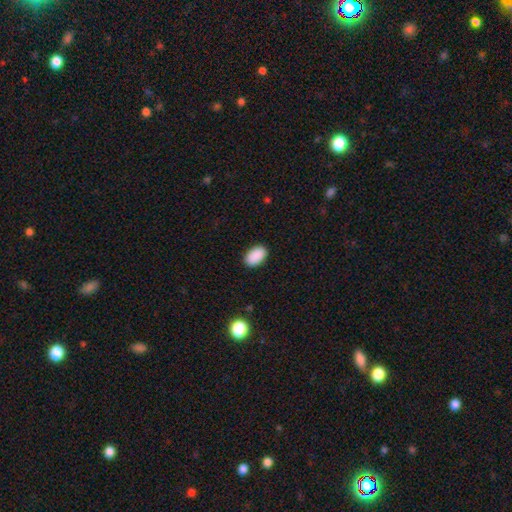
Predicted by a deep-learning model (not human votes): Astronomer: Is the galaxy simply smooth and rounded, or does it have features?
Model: smooth — 90%.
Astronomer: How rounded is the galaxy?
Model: in between — 92%.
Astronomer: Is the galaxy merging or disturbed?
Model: none — 89%.